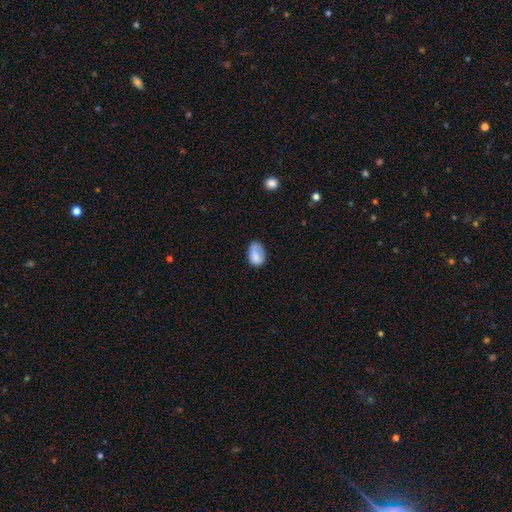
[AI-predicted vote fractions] Overall: smooth (79%). How rounded: in between (87%). Merging: none (54%; minor disturbance 31%).